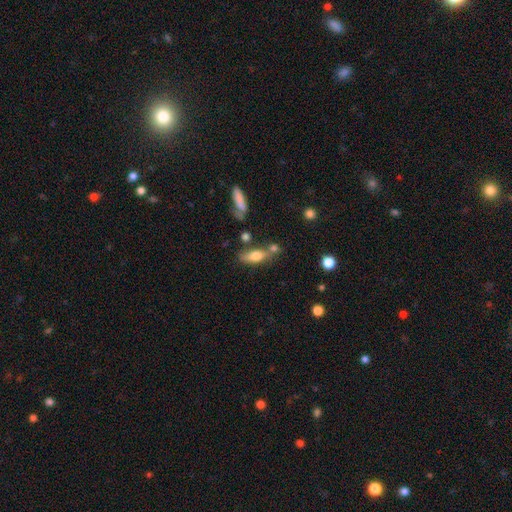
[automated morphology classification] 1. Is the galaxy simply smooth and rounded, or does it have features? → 68% smooth, 24% featured or disk, 8% star or artifact.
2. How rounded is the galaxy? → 59% in between, 37% cigar-shaped, 4% round.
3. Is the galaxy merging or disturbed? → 52% none, 23% merger, 18% minor disturbance, 7% major disturbance.